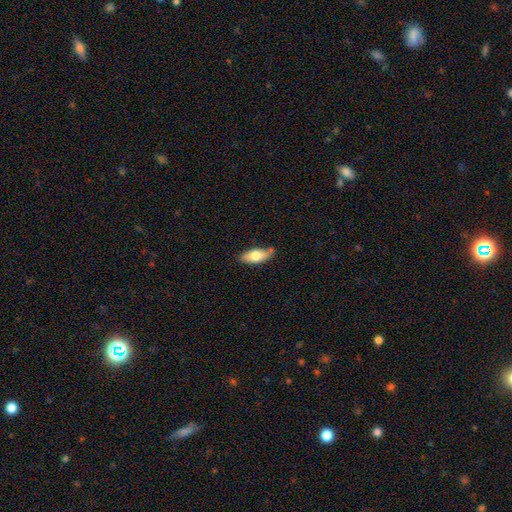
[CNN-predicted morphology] This is likely a smooth galaxy (71%). How rounded: likely in between (79%). Merging: likely none (69%).